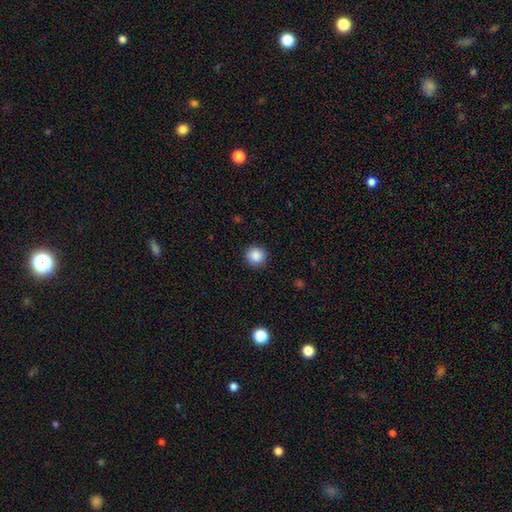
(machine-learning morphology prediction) Q: Smooth or featured?
A: smooth (87%); runner-up: star or artifact (9%)
Q: How rounded?
A: round (94%); runner-up: in between (5%)
Q: Merging?
A: none (91%); runner-up: minor disturbance (6%)